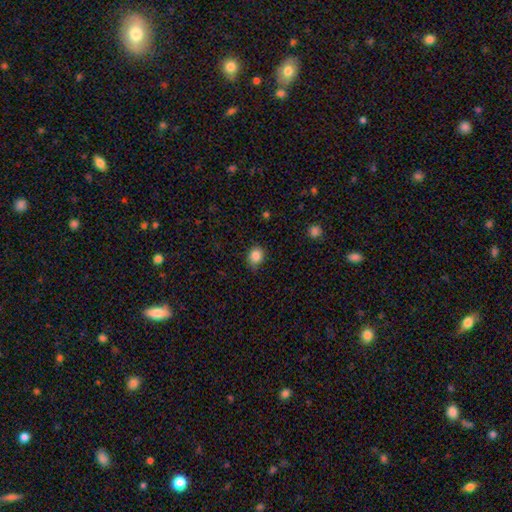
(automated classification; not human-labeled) smooth-or-featured: smooth: 86% | star or artifact: 10% | featured or disk: 4%
  how-rounded: round: 63% | in between: 36% | cigar-shaped: 1%
  merging: none: 72% | minor disturbance: 23% | major disturbance: 4% | merger: 1%